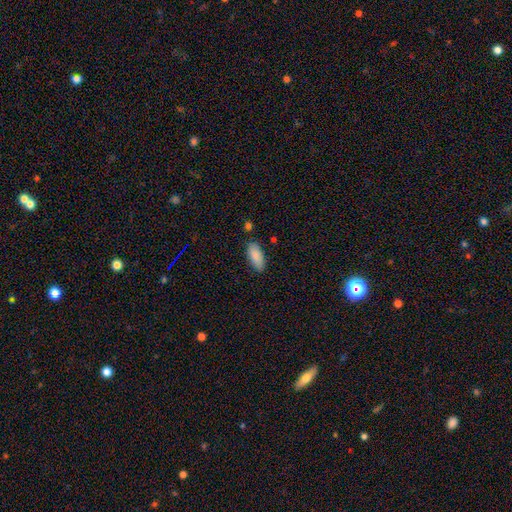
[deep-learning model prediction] Smooth or featured?
  - smooth: 88% *
  - star or artifact: 6%
  - featured or disk: 6%
How rounded?
  - in between: 84% *
  - cigar-shaped: 14%
  - round: 2%
Merging?
  - none: 80% *
  - minor disturbance: 14%
  - merger: 3%
  - major disturbance: 3%